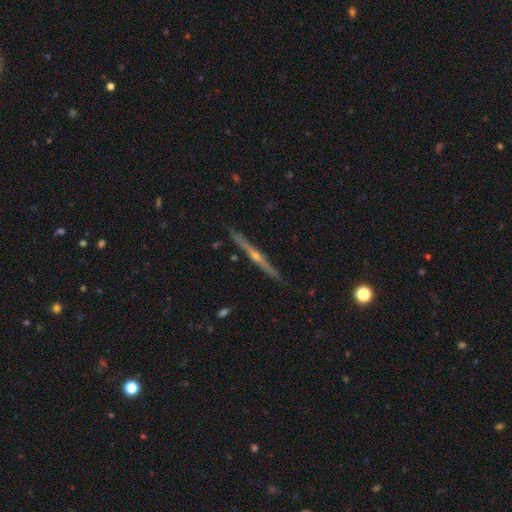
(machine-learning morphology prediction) A featured or disk galaxy (82%) viewed edge-on (98%) with a rounded central bulge (85%).

Vote fractions:
- Smooth or featured? featured or disk: 82% / smooth: 12% / star or artifact: 6%
- Edge-on disk? yes: 98% / no: 2%
- Edge-on bulge? rounded: 85% / none: 12% / boxy: 3%
- Merging? none: 91% / minor disturbance: 7% / major disturbance: 1% / merger: 1%